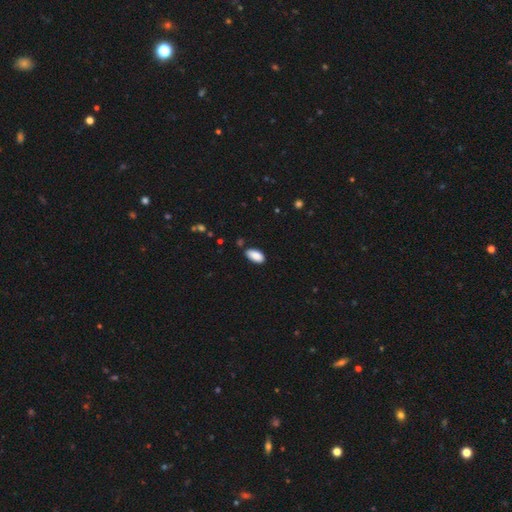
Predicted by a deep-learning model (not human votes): Smooth or featured? smooth (89%)
How rounded? in between (94%)
Merging? none (79%)